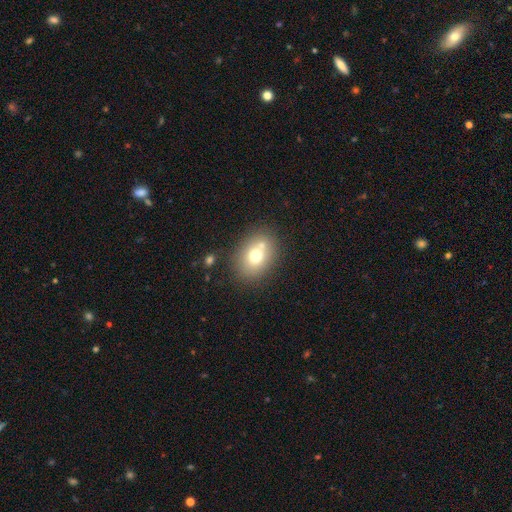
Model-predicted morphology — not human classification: Smooth or featured?
  - smooth: 70% *
  - featured or disk: 18%
  - star or artifact: 12%
How rounded?
  - in between: 58% *
  - round: 41%
  - cigar-shaped: 1%
Merging?
  - none: 65% *
  - merger: 20%
  - minor disturbance: 12%
  - major disturbance: 4%